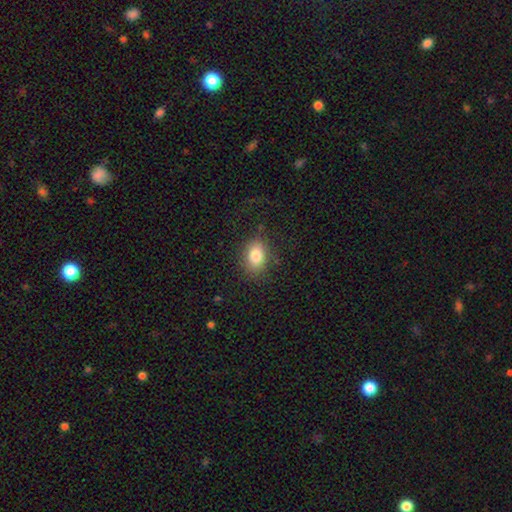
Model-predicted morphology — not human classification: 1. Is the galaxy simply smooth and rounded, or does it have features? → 82% smooth, 10% star or artifact, 9% featured or disk.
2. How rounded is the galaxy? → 73% in between, 26% round, 1% cigar-shaped.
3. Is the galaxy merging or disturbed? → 81% none, 12% minor disturbance, 5% major disturbance, 1% merger.